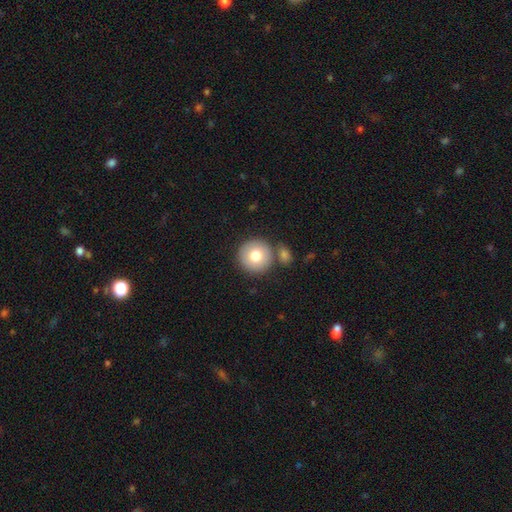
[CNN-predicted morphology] Q: Smooth or featured?
A: smooth (77%); runner-up: featured or disk (15%)
Q: How rounded?
A: round (95%); runner-up: in between (4%)
Q: Merging?
A: none (76%); runner-up: merger (13%)